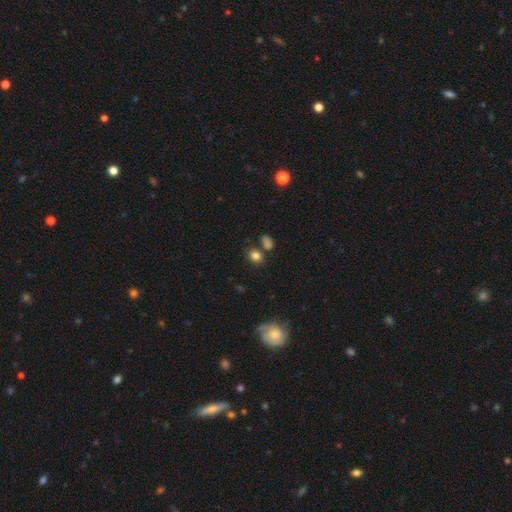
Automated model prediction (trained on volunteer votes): Smooth or featured: smooth — 81% (star or artifact — 12%)
How rounded: in between — 51% (round — 47%)
Merging: none — 68% (merger — 16%)